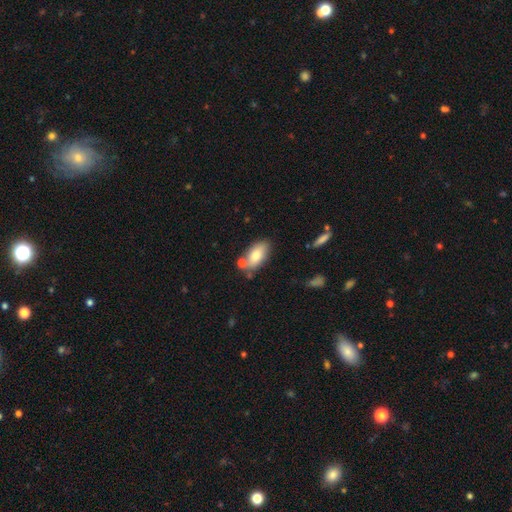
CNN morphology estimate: Overall: smooth (77%). How rounded: in between (91%). Merging: none (69%).